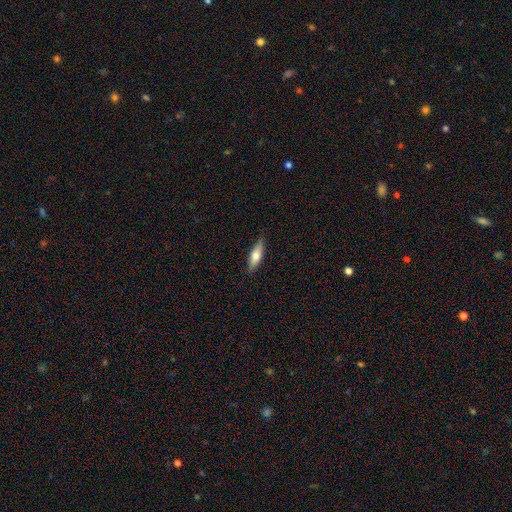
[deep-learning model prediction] smooth 68%, featured or disk 26%, star or artifact 6%. Down the decision tree: how rounded — in between (49%); merging — none (86%).